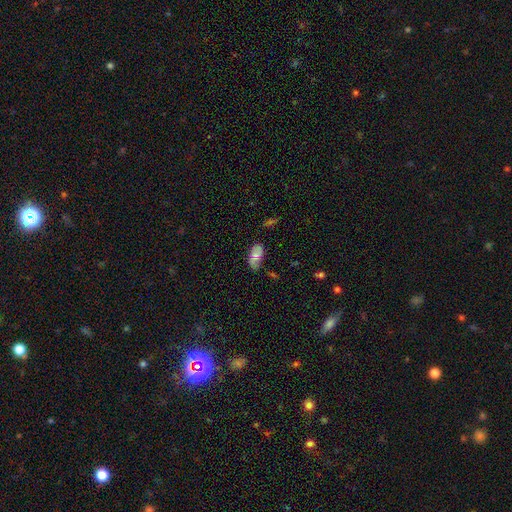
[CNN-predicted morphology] Q: Smooth or featured?
A: smooth (65%); runner-up: featured or disk (24%)
Q: How rounded?
A: in between (92%); runner-up: cigar-shaped (5%)
Q: Merging?
A: none (62%); runner-up: minor disturbance (27%)